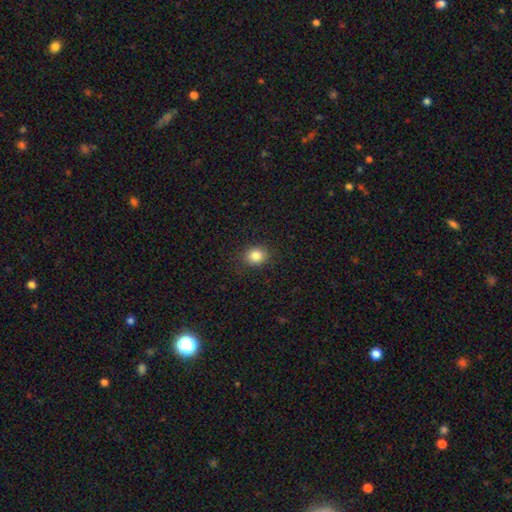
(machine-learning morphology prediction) Q: Smooth or featured?
A: smooth (84%); runner-up: star or artifact (11%)
Q: How rounded?
A: round (70%); runner-up: in between (29%)
Q: Merging?
A: none (87%); runner-up: minor disturbance (9%)